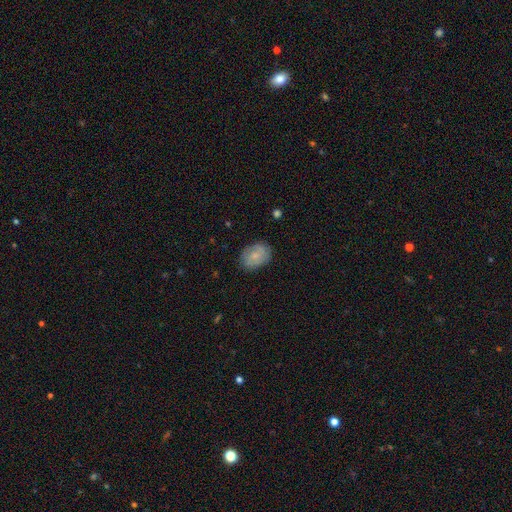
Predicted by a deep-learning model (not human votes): Smooth or featured? Predicted: smooth (p=0.66). How rounded? Predicted: in between (p=0.72). Merging? Predicted: none (p=0.78).